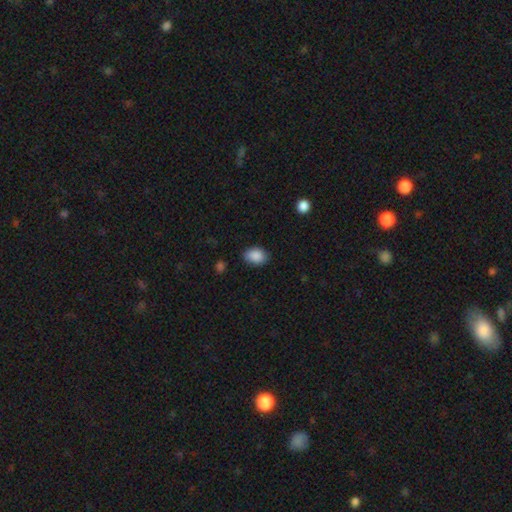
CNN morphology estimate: smooth_or_featured: smooth (p=0.88) [alt: star or artifact p=0.08]
how_rounded: in between (p=0.77) [alt: round p=0.22]
merging: none (p=0.82) [alt: minor disturbance p=0.14]